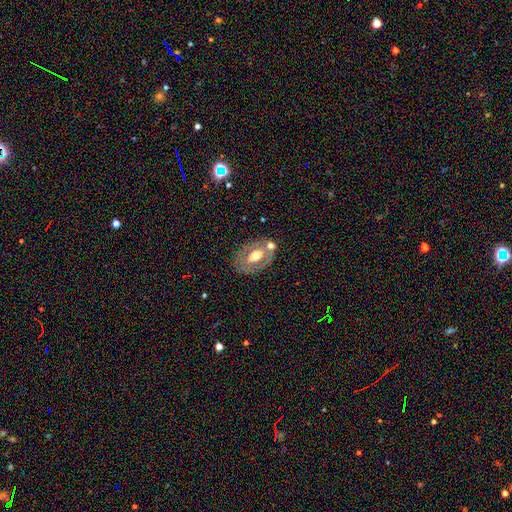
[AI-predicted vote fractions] Morphology: type=featured or disk (55%); edge-on=no (90%); merging=none (63%).